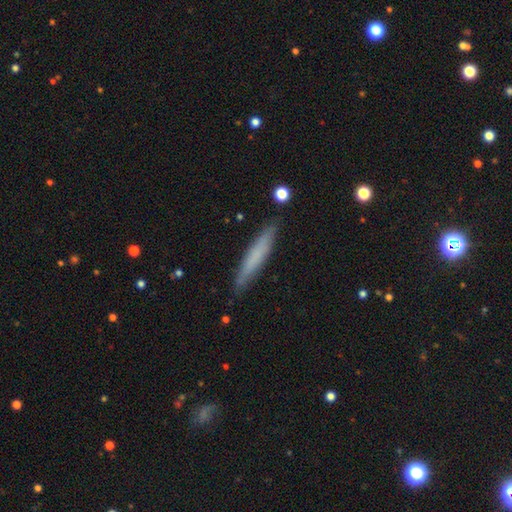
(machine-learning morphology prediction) Smooth or featured?
  - smooth: 67% *
  - featured or disk: 26%
  - star or artifact: 7%
How rounded?
  - cigar-shaped: 92% *
  - in between: 7%
  - round: 1%
Merging?
  - none: 87% *
  - minor disturbance: 10%
  - major disturbance: 2%
  - merger: 1%